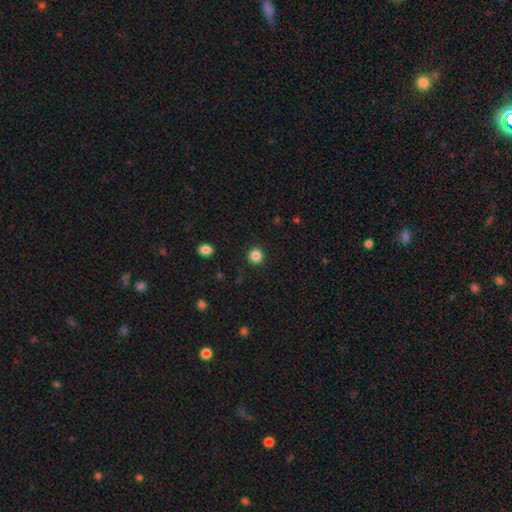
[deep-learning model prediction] Overall: smooth (84%). How rounded: round (93%). Merging: none (92%).